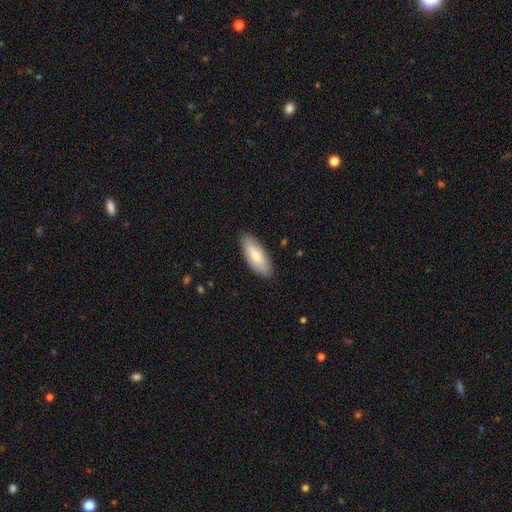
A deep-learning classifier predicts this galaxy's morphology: This appears to be a smooth galaxy with no disk features (74%) that is in between round and cigar-shaped (78%). Merging: none (87%).